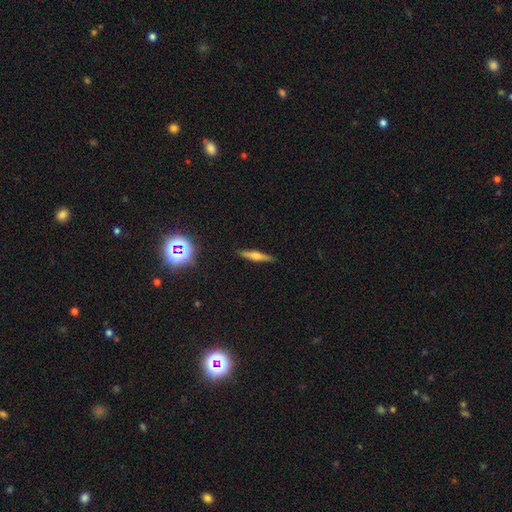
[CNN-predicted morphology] This is possibly a featured or disk galaxy (52%). It is clearly viewed edge-on (96%). Merging: clearly none (90%).